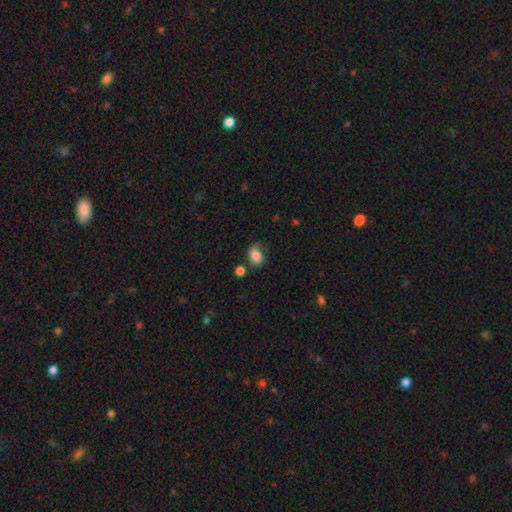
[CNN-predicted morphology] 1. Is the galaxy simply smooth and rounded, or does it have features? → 81% smooth, 10% featured or disk, 9% star or artifact.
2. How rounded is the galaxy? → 80% in between, 19% round, 1% cigar-shaped.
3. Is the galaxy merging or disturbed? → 58% none, 28% minor disturbance, 8% major disturbance, 6% merger.